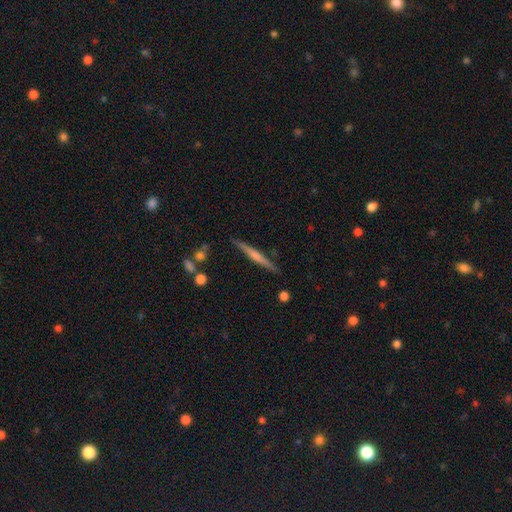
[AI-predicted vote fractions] A featured or disk galaxy (54%) viewed edge-on (97%) with no central bulge (46%).

Vote fractions:
- Smooth or featured? featured or disk: 54% / smooth: 40% / star or artifact: 6%
- Edge-on disk? yes: 97% / no: 3%
- Edge-on bulge? none: 46% / rounded: 38% / boxy: 16%
- Merging? none: 88% / minor disturbance: 8% / merger: 2% / major disturbance: 2%